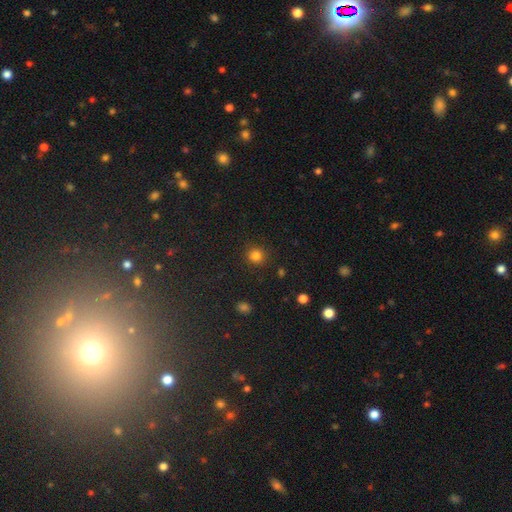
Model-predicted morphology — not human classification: A smooth galaxy with no disk features (82%) that is round (90%). Merging: none (89%).